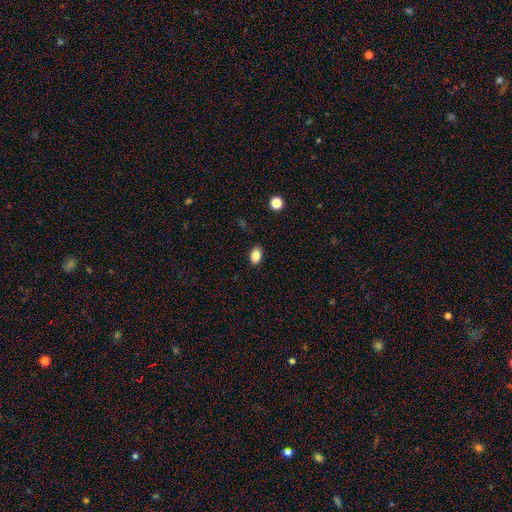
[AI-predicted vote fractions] Smooth or featured: smooth — 85% (star or artifact — 9%)
How rounded: in between — 85% (round — 14%)
Merging: none — 88% (minor disturbance — 9%)